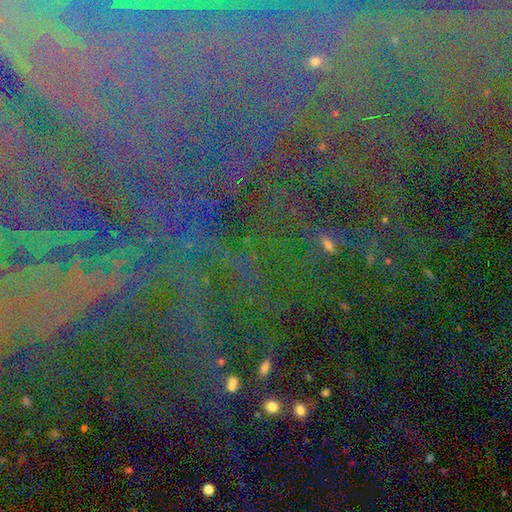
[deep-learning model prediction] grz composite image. It shows a star or artifact, not a galaxy (84%).